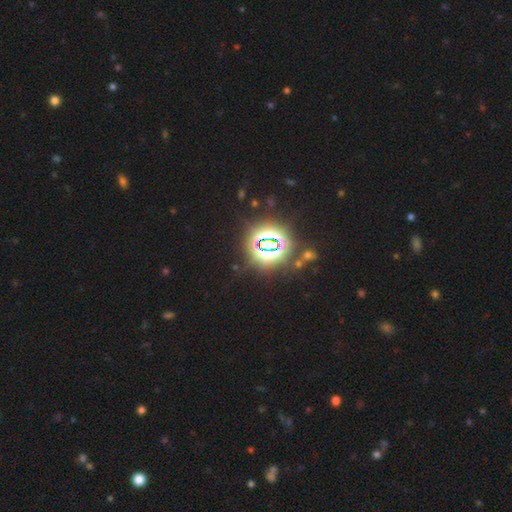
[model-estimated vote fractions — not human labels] star or artifact 83%, smooth 12%, featured or disk 5%.